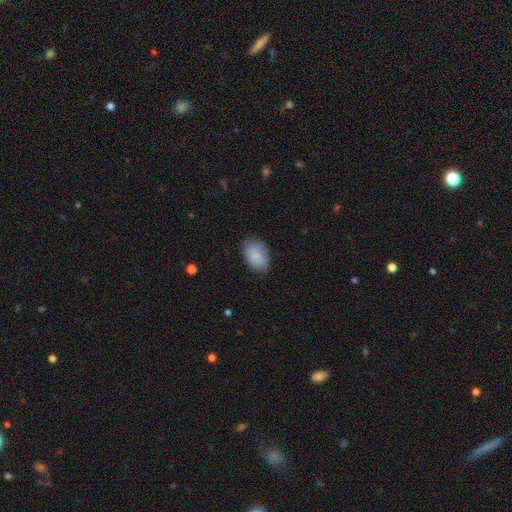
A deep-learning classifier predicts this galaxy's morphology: This appears to be a smooth galaxy with no disk features (87%) that is in between round and cigar-shaped (88%). Merging: none (81%).